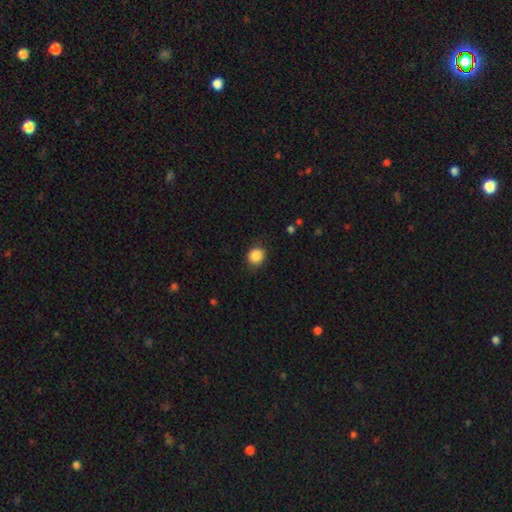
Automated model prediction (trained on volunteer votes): smooth 87%, star or artifact 9%, featured or disk 3%. Down the decision tree: how rounded — round (85%); merging — none (86%).